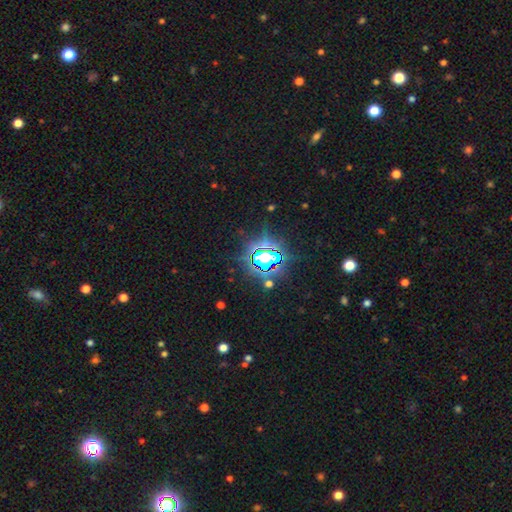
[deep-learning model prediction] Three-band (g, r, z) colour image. It shows a star or artifact, not a galaxy (80%).